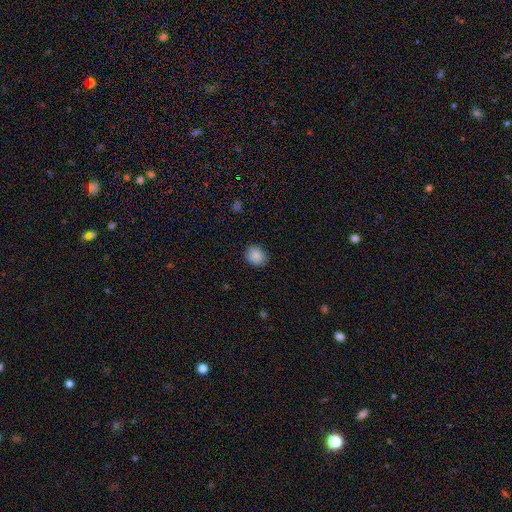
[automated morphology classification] Q: Smooth or featured?
A: smooth (88%); runner-up: star or artifact (9%)
Q: How rounded?
A: round (69%); runner-up: in between (30%)
Q: Merging?
A: none (87%); runner-up: minor disturbance (10%)